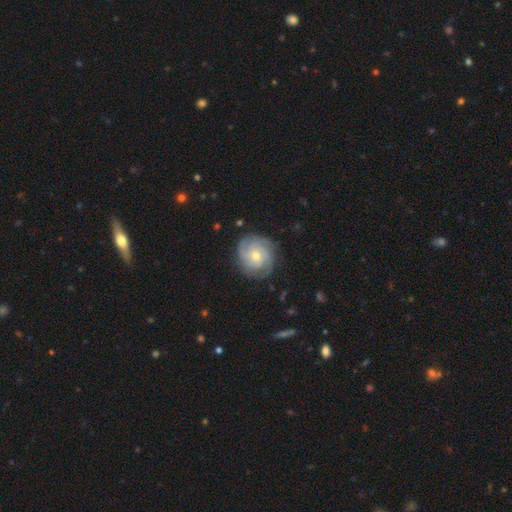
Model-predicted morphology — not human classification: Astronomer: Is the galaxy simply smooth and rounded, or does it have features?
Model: featured or disk — 74%.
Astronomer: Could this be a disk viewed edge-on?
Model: no — 98%.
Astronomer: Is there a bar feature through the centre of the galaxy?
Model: no — 76%.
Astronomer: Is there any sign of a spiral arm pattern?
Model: yes — 93%.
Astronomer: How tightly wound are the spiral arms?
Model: tight — 61%.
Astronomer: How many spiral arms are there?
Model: can't tell — 31% (runner-up: 3, 25%).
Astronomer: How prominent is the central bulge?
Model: small — 52% (runner-up: moderate, 44%).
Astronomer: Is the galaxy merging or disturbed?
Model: none — 80%.